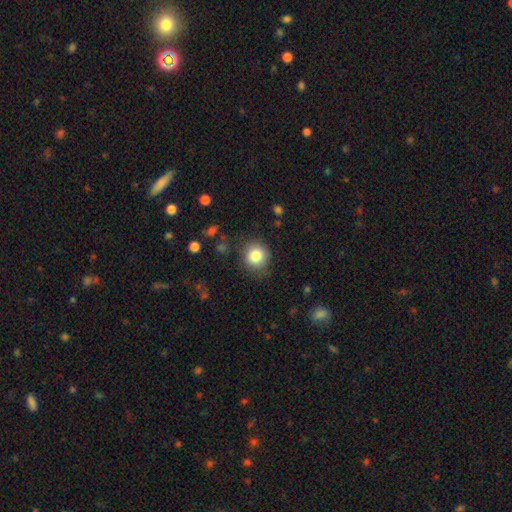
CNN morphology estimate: Q: Smooth or featured?
A: smooth (83%); runner-up: star or artifact (10%)
Q: How rounded?
A: round (88%); runner-up: in between (11%)
Q: Merging?
A: none (83%); runner-up: minor disturbance (12%)